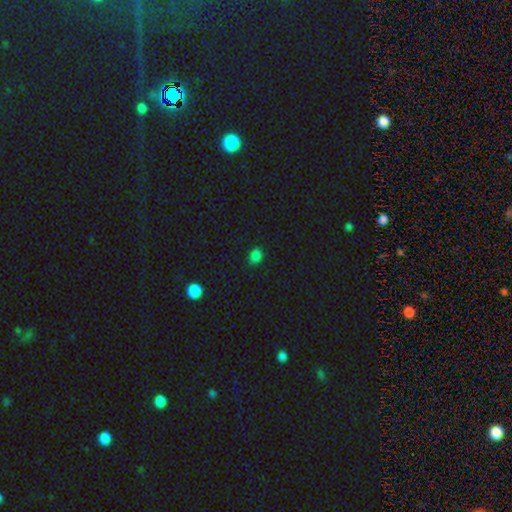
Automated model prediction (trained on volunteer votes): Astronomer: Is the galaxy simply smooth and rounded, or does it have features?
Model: smooth — 80%.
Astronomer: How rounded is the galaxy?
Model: round — 51% (runner-up: in between, 47%).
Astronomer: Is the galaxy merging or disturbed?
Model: none — 87%.